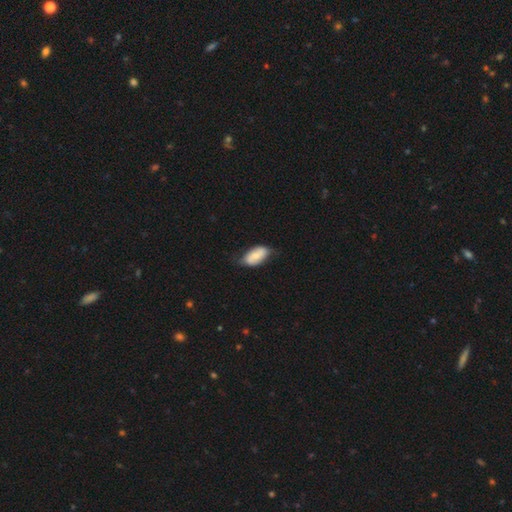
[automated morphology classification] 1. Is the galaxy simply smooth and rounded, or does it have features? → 69% smooth, 25% featured or disk, 6% star or artifact.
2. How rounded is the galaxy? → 94% in between, 3% round, 3% cigar-shaped.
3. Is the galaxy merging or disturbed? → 63% none, 29% minor disturbance, 6% major disturbance, 1% merger.